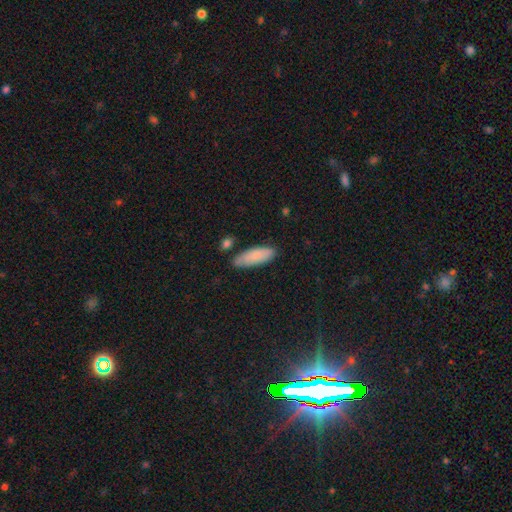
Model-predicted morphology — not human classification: This appears to be a smooth galaxy with no disk features (82%) that is in between round and cigar-shaped (66%). Merging: none (77%).